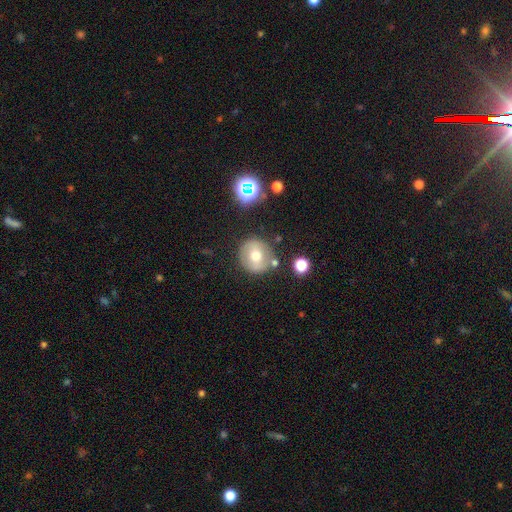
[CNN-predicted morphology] A smooth galaxy with no disk features (59%) that is round (89%).

Vote fractions:
- Smooth or featured? smooth: 59% / featured or disk: 30% / star or artifact: 11%
- How rounded? round: 89% / in between: 10% / cigar-shaped: 1%
- Merging? none: 78% / minor disturbance: 12% / merger: 6% / major disturbance: 4%